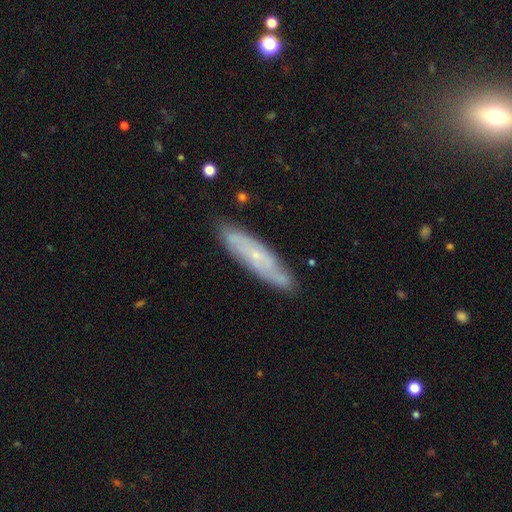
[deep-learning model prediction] A featured or disk galaxy (58%). Merging: none (81%).